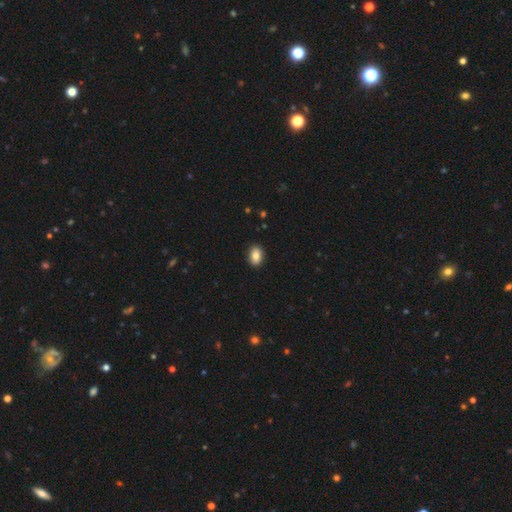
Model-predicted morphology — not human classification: Smooth or featured: smooth — 84% (star or artifact — 8%)
How rounded: in between — 80% (round — 19%)
Merging: none — 90% (minor disturbance — 7%)